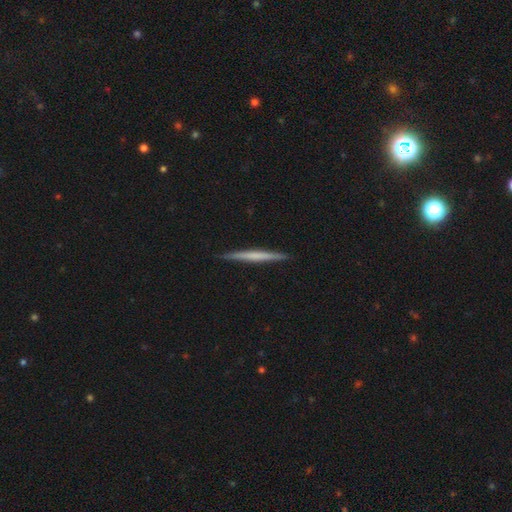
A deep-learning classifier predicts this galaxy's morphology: Q: Smooth or featured?
A: featured or disk (53%); runner-up: smooth (42%)
Q: Edge-on disk?
A: yes (98%); runner-up: no (2%)
Q: Edge-on bulge?
A: none (77%); runner-up: rounded (14%)
Q: Merging?
A: none (91%); runner-up: minor disturbance (6%)